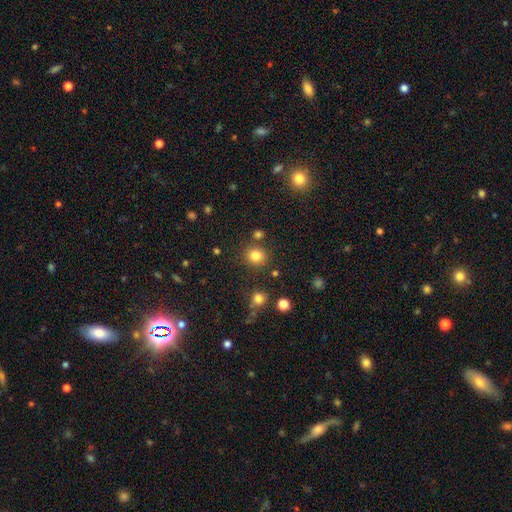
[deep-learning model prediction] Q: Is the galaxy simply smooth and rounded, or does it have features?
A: smooth — 82%.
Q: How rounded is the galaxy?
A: round — 89%.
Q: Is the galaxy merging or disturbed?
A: none — 83%.